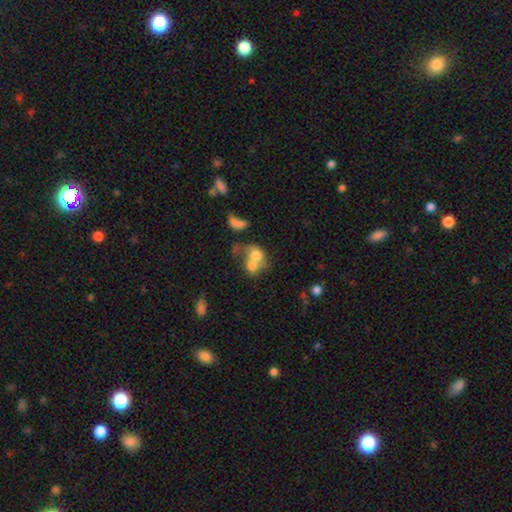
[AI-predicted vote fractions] This appears to be a smooth galaxy with no disk features (64%) that is round (56%). Merging: merger (70%).